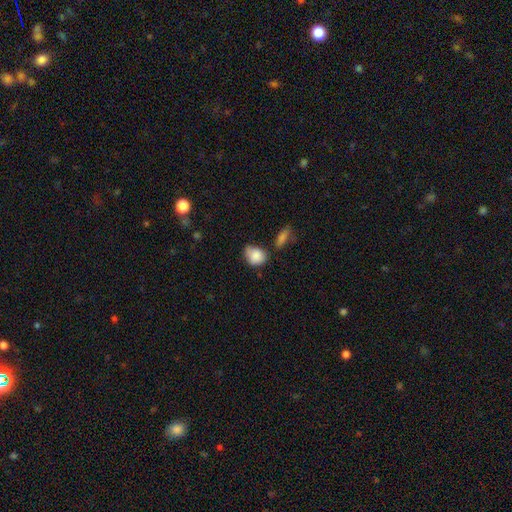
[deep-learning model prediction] Smooth or featured? smooth (84%)
How rounded? round (50%)
Merging? none (43%)